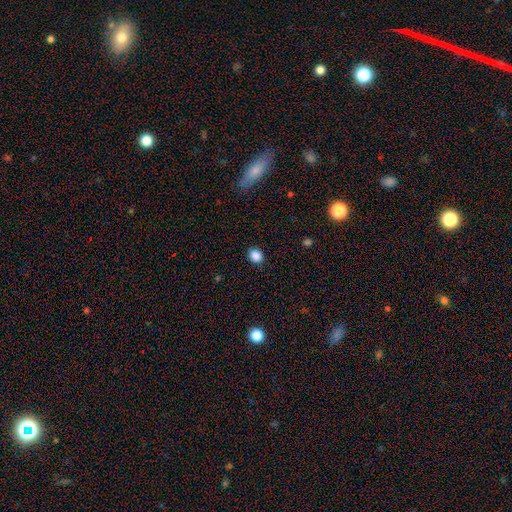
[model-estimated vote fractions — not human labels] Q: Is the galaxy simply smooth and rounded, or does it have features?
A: smooth — 87%.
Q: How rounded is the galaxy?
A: round — 66%.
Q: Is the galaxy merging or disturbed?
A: none — 89%.